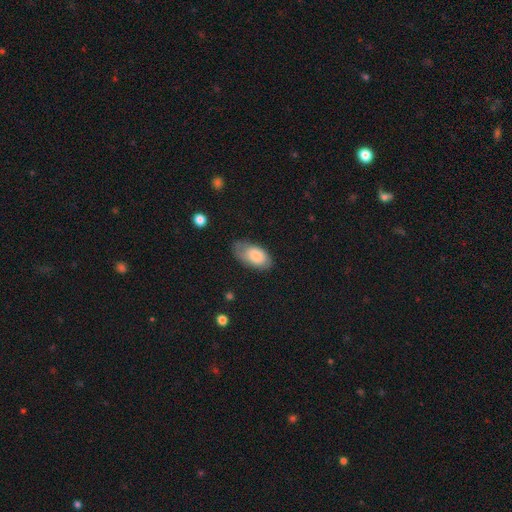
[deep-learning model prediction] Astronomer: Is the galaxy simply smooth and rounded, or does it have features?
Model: smooth — 77%.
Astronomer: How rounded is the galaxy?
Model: in between — 94%.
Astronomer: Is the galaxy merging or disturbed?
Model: none — 57%.